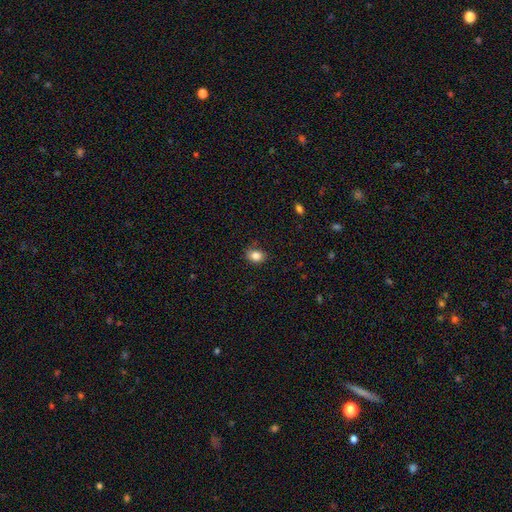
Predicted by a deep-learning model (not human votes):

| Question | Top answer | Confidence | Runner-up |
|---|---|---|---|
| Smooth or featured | smooth | 84% | star or artifact (10%) |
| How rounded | in between | 62% | round (37%) |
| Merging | none | 77% | minor disturbance (18%) |